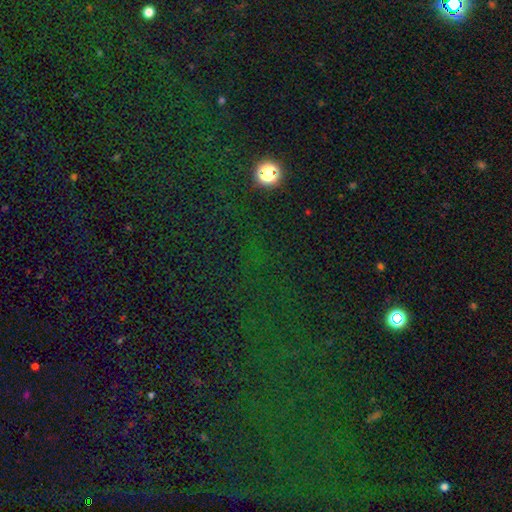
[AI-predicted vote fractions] A star or artifact, not a galaxy (76%).

Vote fractions:
- Smooth or featured? star or artifact: 76% / smooth: 15% / featured or disk: 9%